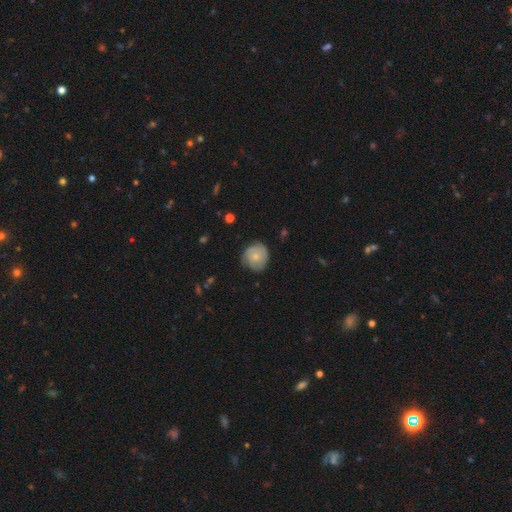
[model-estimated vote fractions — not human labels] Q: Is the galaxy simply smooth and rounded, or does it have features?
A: smooth — 50%.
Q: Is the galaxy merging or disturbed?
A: none — 66%.